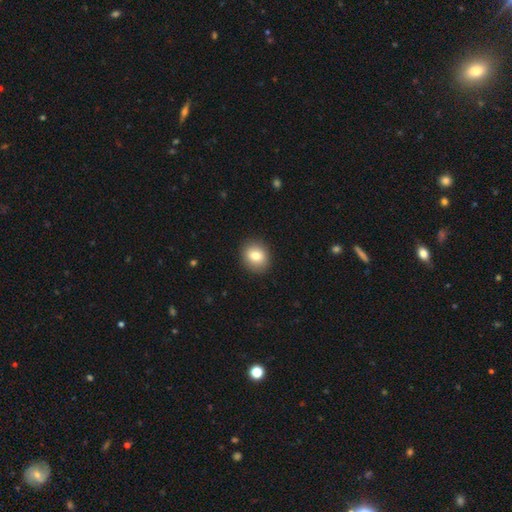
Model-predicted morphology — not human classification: type=smooth (80%); roundness=round (67%); merging=none (90%).